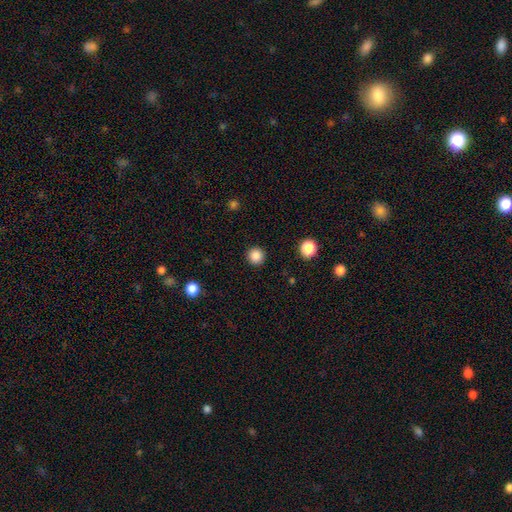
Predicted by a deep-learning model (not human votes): A smooth galaxy with no disk features (86%) that is round (96%). Merging: none (92%).